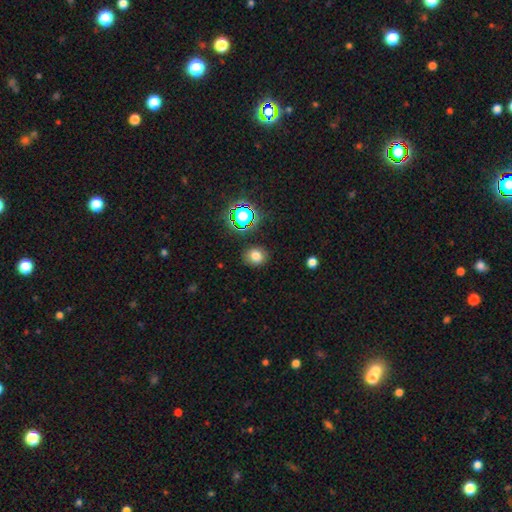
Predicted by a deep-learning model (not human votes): A smooth galaxy with no disk features (76%) that is round (64%). Merging: none (85%).